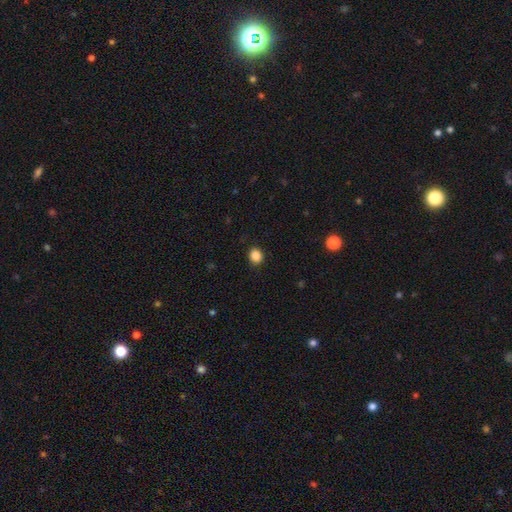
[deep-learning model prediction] Overall: smooth (86%). How rounded: round (69%; in between 30%). Merging: none (89%).